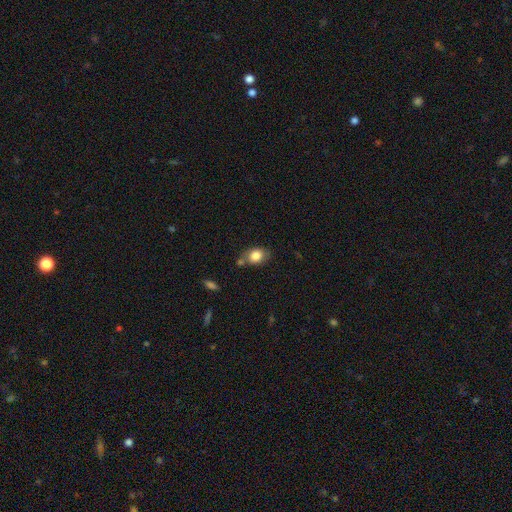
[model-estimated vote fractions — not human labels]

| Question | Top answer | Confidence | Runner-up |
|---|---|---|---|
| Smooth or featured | smooth | 81% | featured or disk (11%) |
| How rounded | in between | 70% | round (29%) |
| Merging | none | 63% | minor disturbance (19%) |